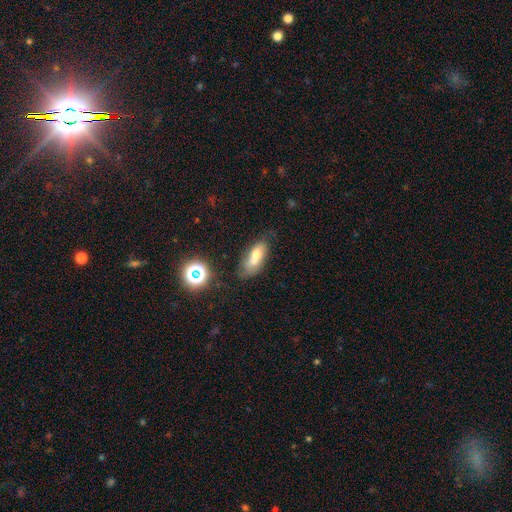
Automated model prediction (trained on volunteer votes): Smooth or featured?
  - smooth: 64% *
  - featured or disk: 23%
  - star or artifact: 12%
How rounded?
  - in between: 75% *
  - cigar-shaped: 18%
  - round: 6%
Merging?
  - none: 43% *
  - merger: 28%
  - minor disturbance: 20%
  - major disturbance: 9%